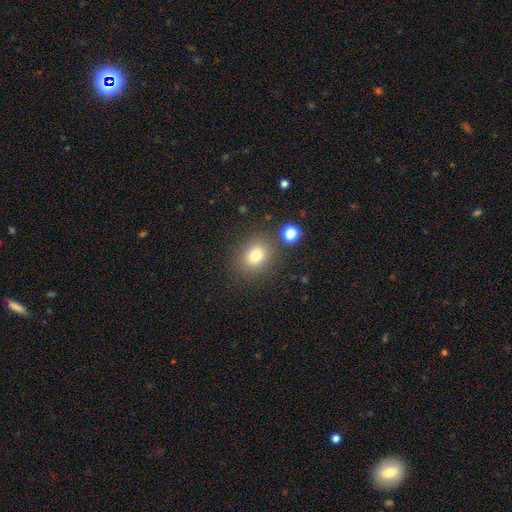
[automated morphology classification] smooth-or-featured: smooth: 78% | star or artifact: 13% | featured or disk: 9%
  how-rounded: round: 62% | in between: 37% | cigar-shaped: 1%
  merging: none: 80% | minor disturbance: 10% | merger: 5% | major disturbance: 4%